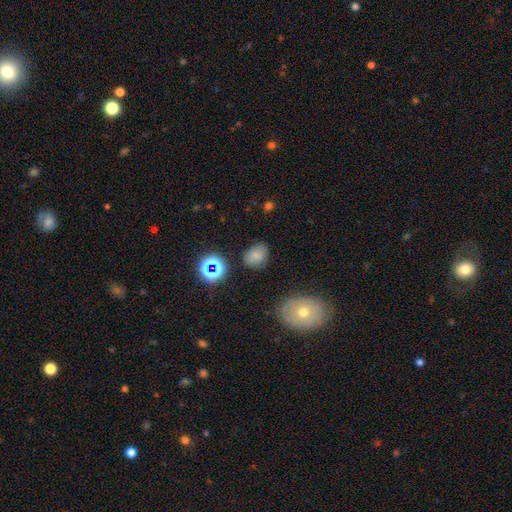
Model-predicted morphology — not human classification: The model was most divided on "how rounded": in between: 58%, round: 41%, cigar-shaped: 1%. More confident: merging — none (77%); smooth or featured — smooth (74%).